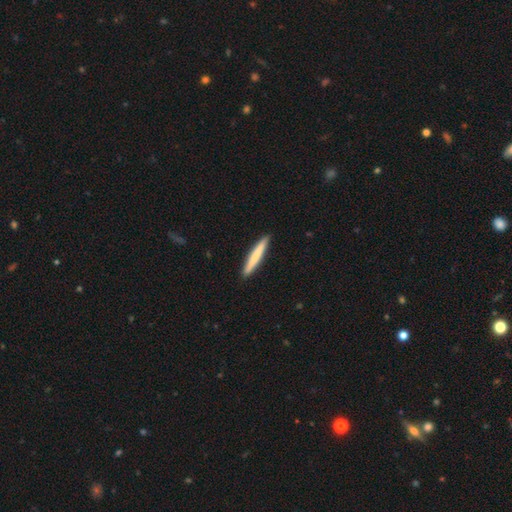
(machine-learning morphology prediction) Overall: smooth (71%). How rounded: cigar-shaped (96%). Merging: none (91%).